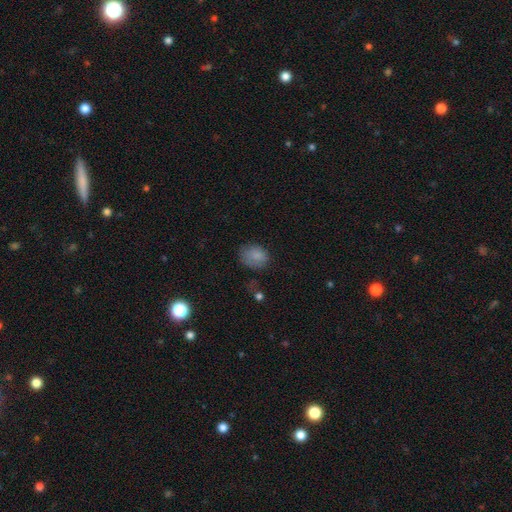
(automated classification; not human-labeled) Overall: smooth (83%). How rounded: in between (59%; round 40%). Merging: none (64%; minor disturbance 25%).